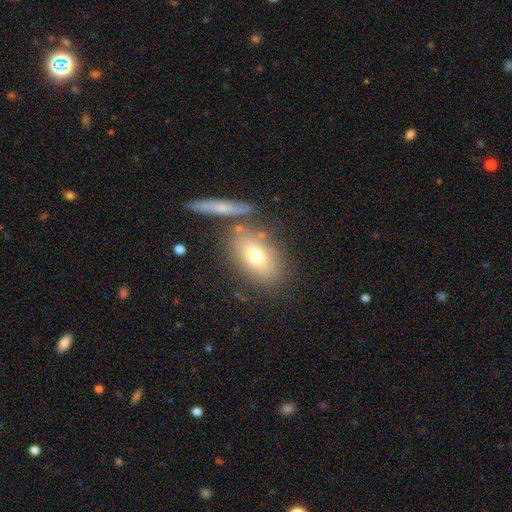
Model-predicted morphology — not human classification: Smooth or featured: smooth — 69% (featured or disk — 21%)
How rounded: in between — 77% (round — 16%)
Merging: none — 69% (minor disturbance — 13%)